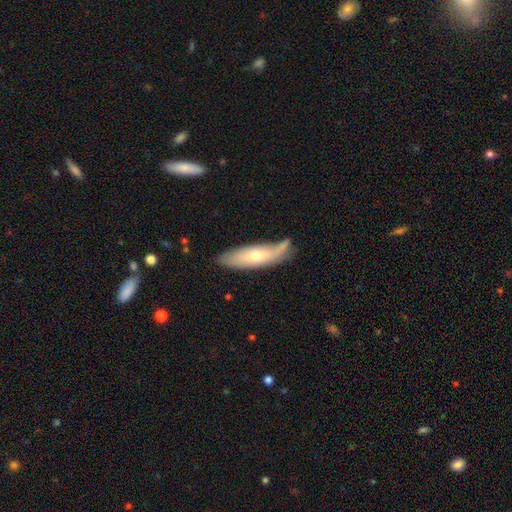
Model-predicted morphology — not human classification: Smooth or featured? smooth (55%)
How rounded? cigar-shaped (57%)
Merging? none (57%)